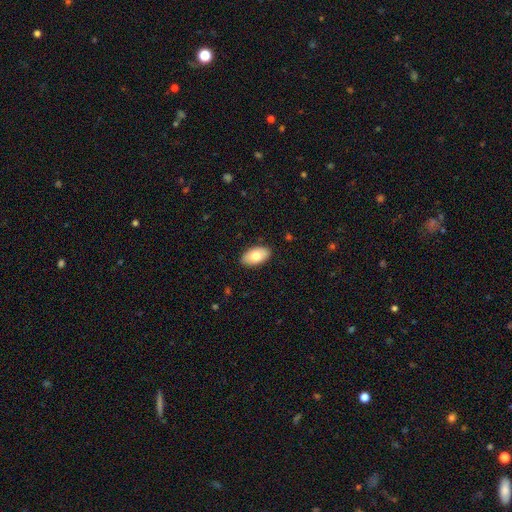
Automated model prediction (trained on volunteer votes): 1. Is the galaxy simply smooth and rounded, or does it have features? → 74% smooth, 20% featured or disk, 6% star or artifact.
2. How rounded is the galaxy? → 95% in between, 4% round, 1% cigar-shaped.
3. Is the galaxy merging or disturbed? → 88% none, 9% minor disturbance, 2% major disturbance, 1% merger.